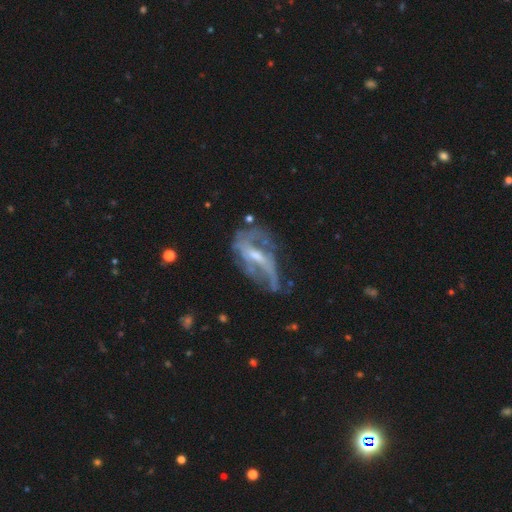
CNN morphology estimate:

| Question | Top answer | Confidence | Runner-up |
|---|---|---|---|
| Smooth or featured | featured or disk | 79% | smooth (12%) |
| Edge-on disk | no | 90% | yes (10%) |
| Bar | weak | 42% | strong (32%) |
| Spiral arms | yes | 78% | no (22%) |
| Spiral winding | loose | 50% | medium (34%) |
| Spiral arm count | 2 | 52% | can't tell (24%) |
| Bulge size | small | 49% | moderate (39%) |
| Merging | none | 40% | major disturbance (31%) |